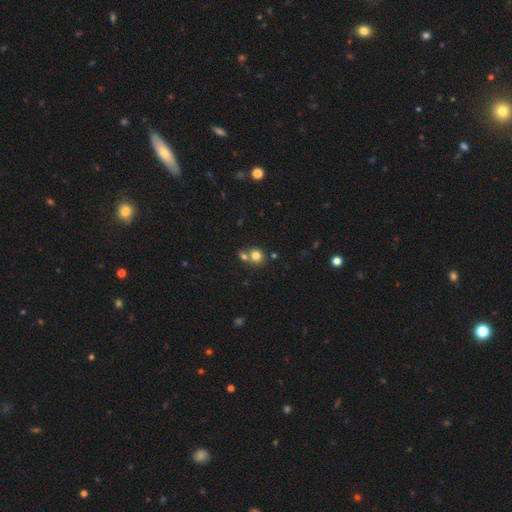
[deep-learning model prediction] Q: Smooth or featured?
A: smooth (79%); runner-up: star or artifact (12%)
Q: How rounded?
A: round (82%); runner-up: in between (17%)
Q: Merging?
A: none (52%); runner-up: merger (36%)